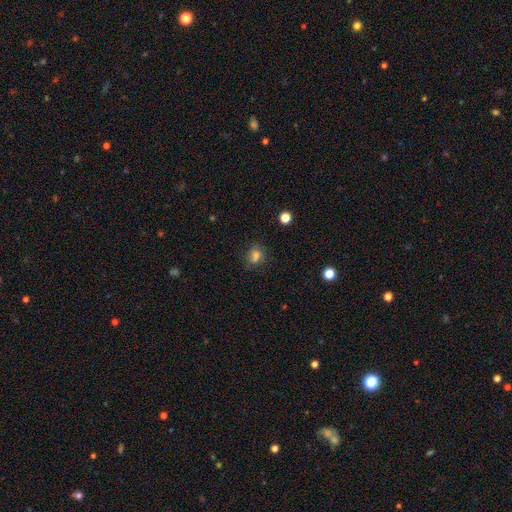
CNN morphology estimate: smooth 71%, star or artifact 17%, featured or disk 12%. Down the decision tree: how rounded — round (56%); merging — none (62%).